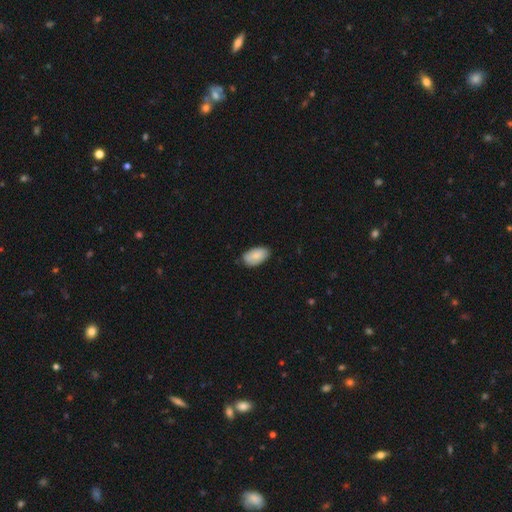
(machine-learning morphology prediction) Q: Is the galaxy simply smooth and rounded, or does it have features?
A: smooth — 82%.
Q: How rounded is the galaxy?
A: in between — 95%.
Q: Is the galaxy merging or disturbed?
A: none — 79%.